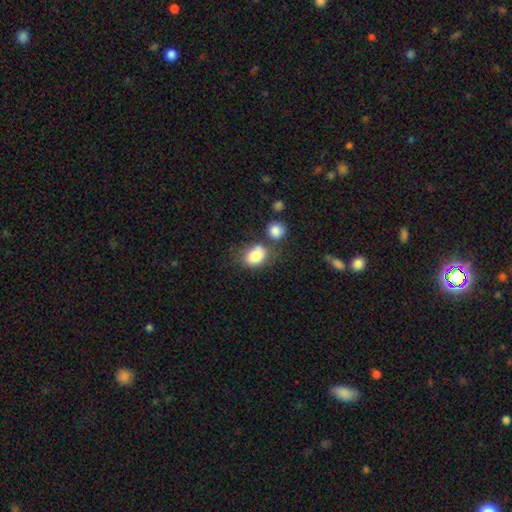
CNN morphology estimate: A smooth galaxy with no disk features (81%) that is in between round and cigar-shaped (61%).

Vote fractions:
- Smooth or featured? smooth: 81% / featured or disk: 10% / star or artifact: 9%
- How rounded? in between: 61% / round: 38% / cigar-shaped: 1%
- Merging? none: 54% / merger: 22% / minor disturbance: 18% / major disturbance: 6%